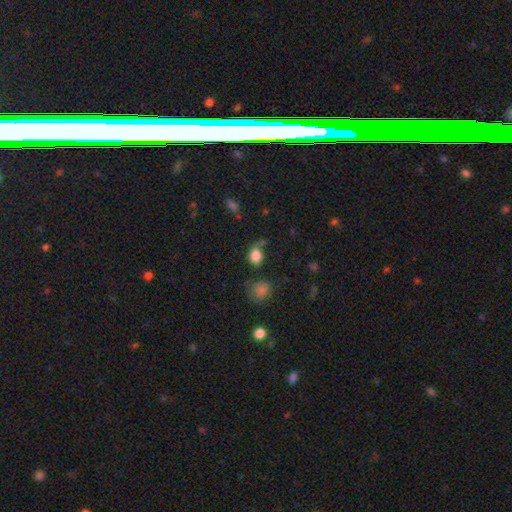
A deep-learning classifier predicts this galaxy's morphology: Smooth or featured?
  - smooth: 83% *
  - star or artifact: 10%
  - featured or disk: 7%
How rounded?
  - in between: 59% *
  - round: 40%
  - cigar-shaped: 2%
Merging?
  - none: 46% *
  - minor disturbance: 29%
  - major disturbance: 16%
  - merger: 9%